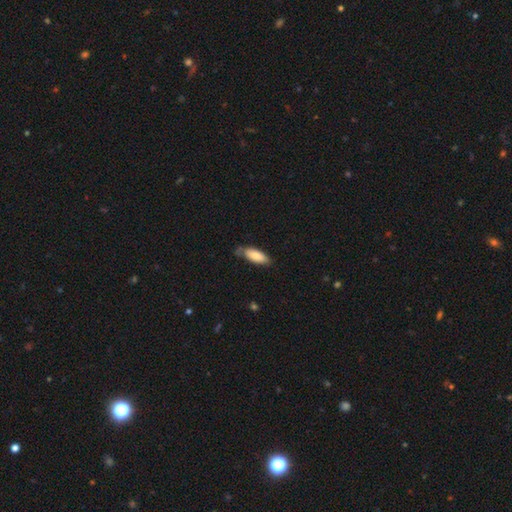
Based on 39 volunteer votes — This appears to be a smooth galaxy with no disk features (85%) that is in between round and cigar-shaped (82%). Merging: minor disturbance (44%).